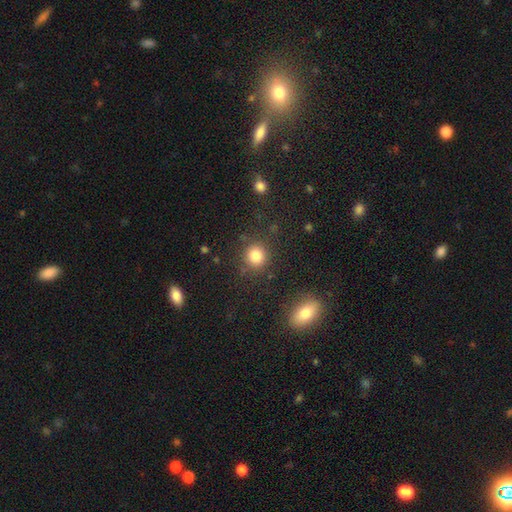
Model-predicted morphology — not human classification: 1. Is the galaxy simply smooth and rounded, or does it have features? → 83% smooth, 12% star or artifact, 5% featured or disk.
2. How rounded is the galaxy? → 87% round, 12% in between, 1% cigar-shaped.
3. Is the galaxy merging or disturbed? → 83% none, 9% minor disturbance, 4% merger, 4% major disturbance.